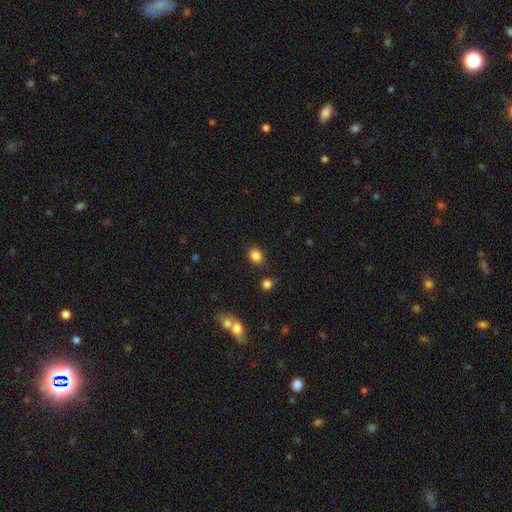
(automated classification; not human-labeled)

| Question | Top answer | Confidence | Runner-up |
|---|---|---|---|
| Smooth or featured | smooth | 84% | star or artifact (11%) |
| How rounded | in between | 52% | round (47%) |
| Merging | none | 82% | minor disturbance (11%) |